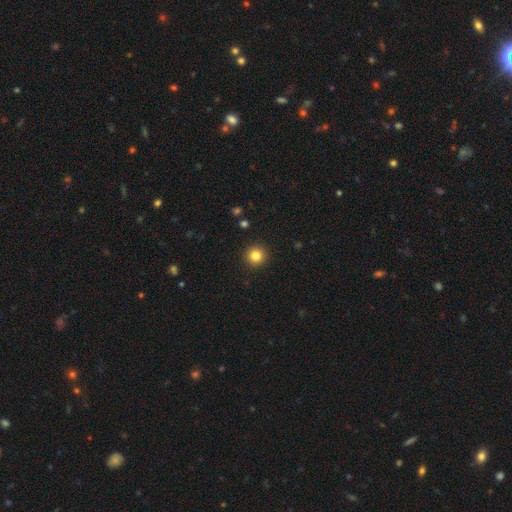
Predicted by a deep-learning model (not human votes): This is clearly a smooth galaxy (83%). How rounded: clearly round (95%). Merging: clearly none (93%).